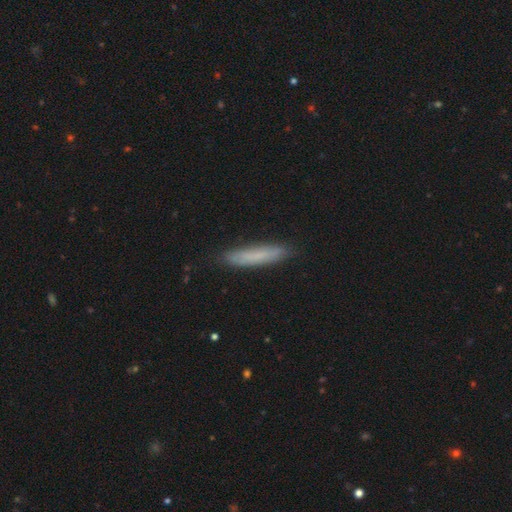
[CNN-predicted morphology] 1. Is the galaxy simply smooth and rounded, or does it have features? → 72% smooth, 21% featured or disk, 7% star or artifact.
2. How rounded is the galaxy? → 90% cigar-shaped, 8% in between, 1% round.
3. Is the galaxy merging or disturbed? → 85% none, 12% minor disturbance, 2% major disturbance, 1% merger.